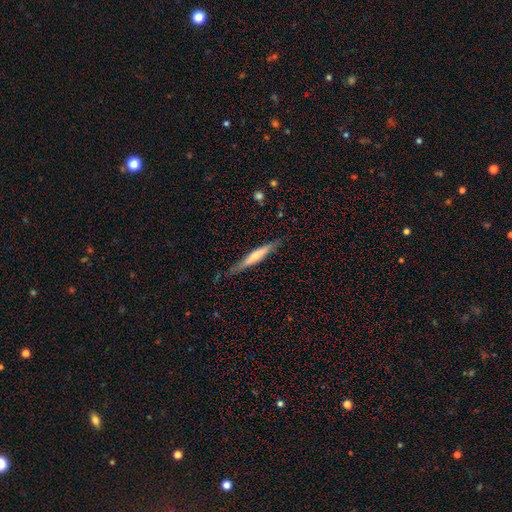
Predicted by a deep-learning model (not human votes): Smooth or featured?
  - smooth: 50% *
  - featured or disk: 44%
  - star or artifact: 6%
How rounded?
  - cigar-shaped: 92% *
  - in between: 7%
  - round: 1%
Merging?
  - none: 76% *
  - minor disturbance: 18%
  - major disturbance: 4%
  - merger: 2%